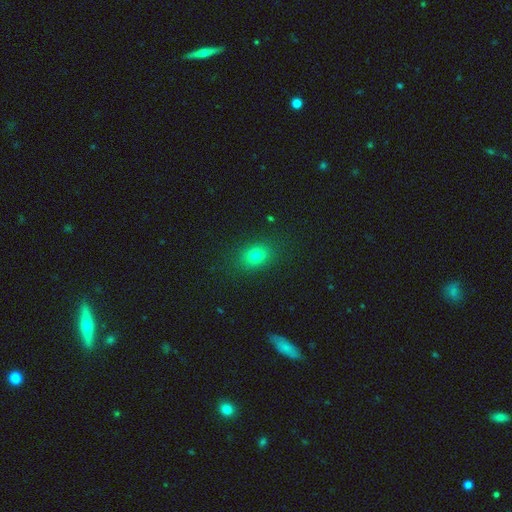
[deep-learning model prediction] The model was most divided on "how rounded": in between: 56%, round: 42%, cigar-shaped: 2%. More confident: merging — none (85%); smooth or featured — smooth (76%).